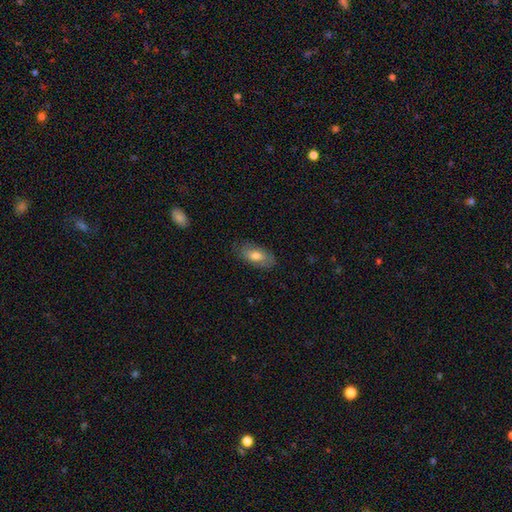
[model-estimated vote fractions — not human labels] This appears to be a smooth galaxy with no disk features (74%) that is in between round and cigar-shaped (91%). Merging: none (79%).